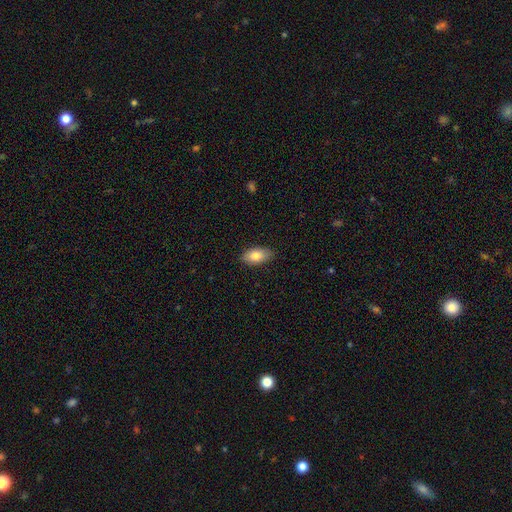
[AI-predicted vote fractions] Smooth or featured?
  - smooth: 81% *
  - featured or disk: 12%
  - star or artifact: 7%
How rounded?
  - in between: 92% *
  - cigar-shaped: 4%
  - round: 4%
Merging?
  - none: 87% *
  - minor disturbance: 10%
  - major disturbance: 2%
  - merger: 1%